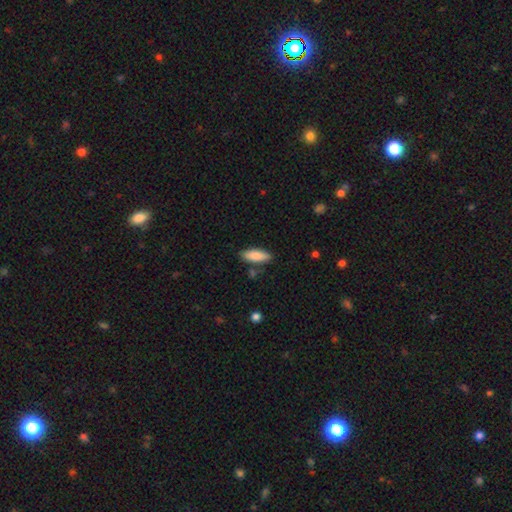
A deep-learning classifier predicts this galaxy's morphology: smooth_or_featured: smooth (p=0.84) [alt: featured or disk p=0.10]
how_rounded: in between (p=0.64) [alt: cigar-shaped p=0.34]
merging: none (p=0.81) [alt: minor disturbance p=0.13]